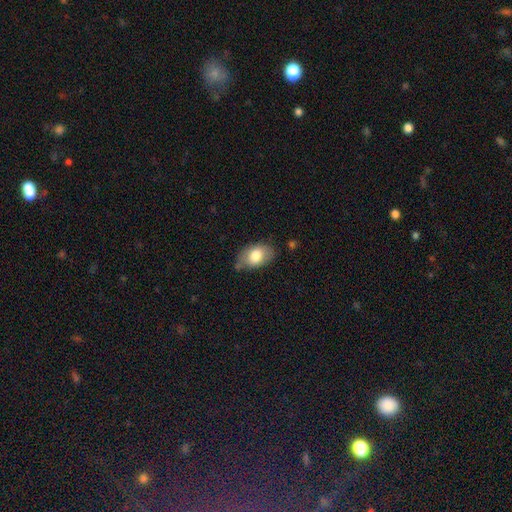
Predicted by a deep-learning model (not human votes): This is likely a smooth galaxy (76%). How rounded: clearly in between (89%). Merging: likely none (63%).